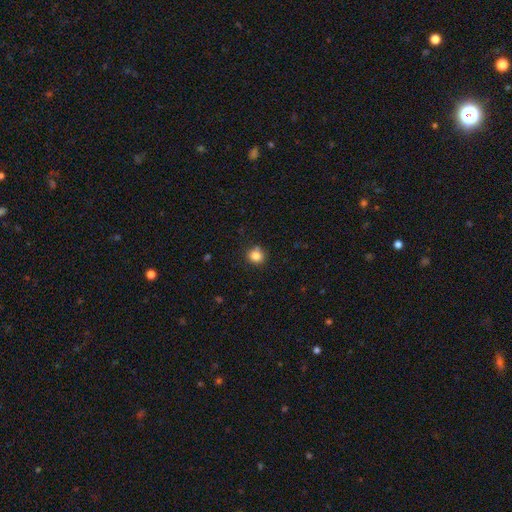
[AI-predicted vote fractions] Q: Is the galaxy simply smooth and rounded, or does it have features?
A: smooth — 85%.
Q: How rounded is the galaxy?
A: round — 86%.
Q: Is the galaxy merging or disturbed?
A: none — 81%.